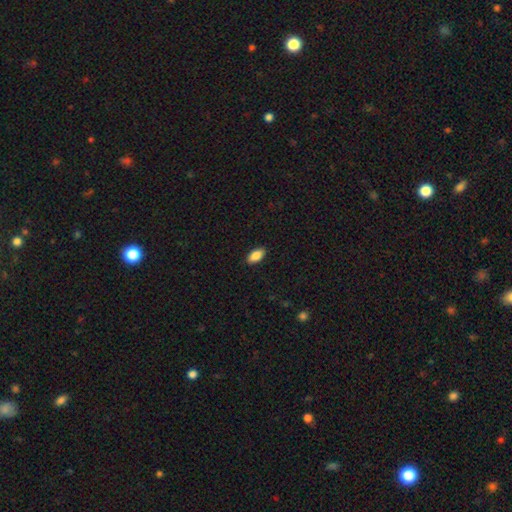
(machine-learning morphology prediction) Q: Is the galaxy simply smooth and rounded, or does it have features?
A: smooth — 86%.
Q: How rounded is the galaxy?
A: in between — 92%.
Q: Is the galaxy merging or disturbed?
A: none — 89%.